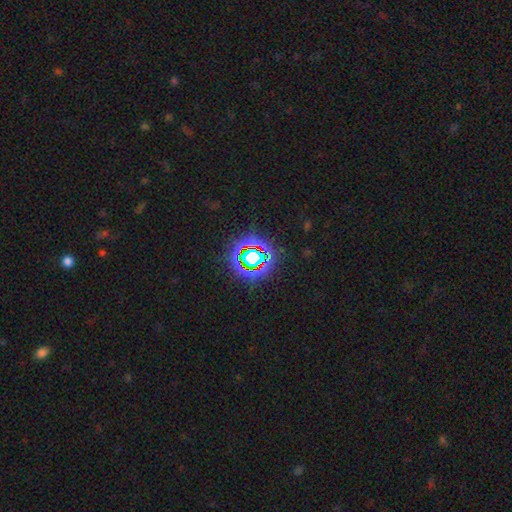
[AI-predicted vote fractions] smooth_or_featured: star or artifact (p=0.73) [alt: smooth p=0.16]